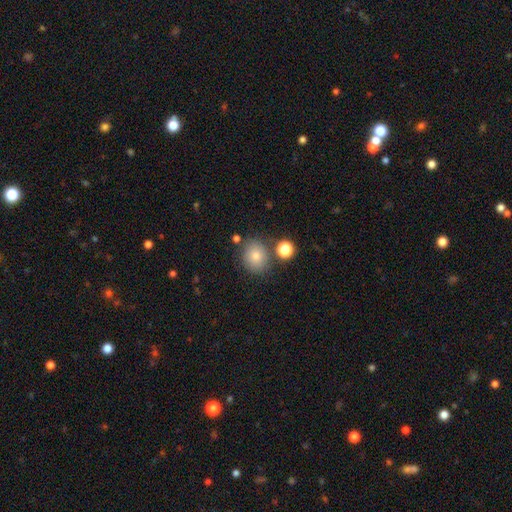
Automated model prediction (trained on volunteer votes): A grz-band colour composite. It shows a smooth galaxy with no disk features (79%) that is round (75%). Merging: none (76%).